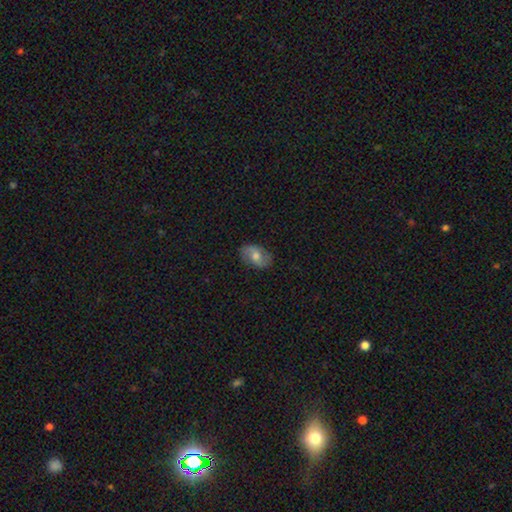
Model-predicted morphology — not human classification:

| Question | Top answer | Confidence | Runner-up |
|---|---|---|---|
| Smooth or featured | smooth | 47% | featured or disk (45%) |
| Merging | none | 82% | minor disturbance (14%) |